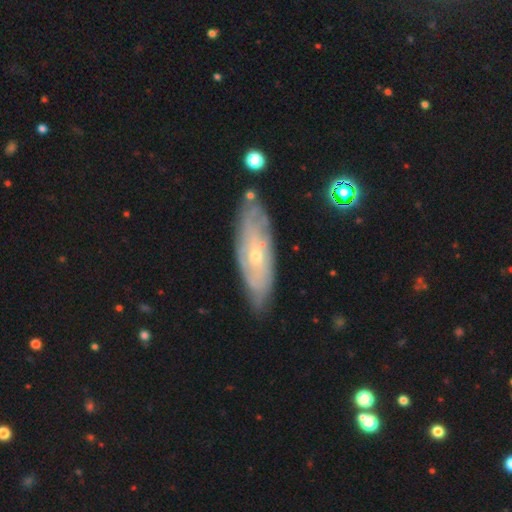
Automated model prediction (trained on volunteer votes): This appears to be a featured or disk galaxy (71%) with no bar (78%), spiral arms (70%) and a small central bulge (65%). Merging: none (76%).